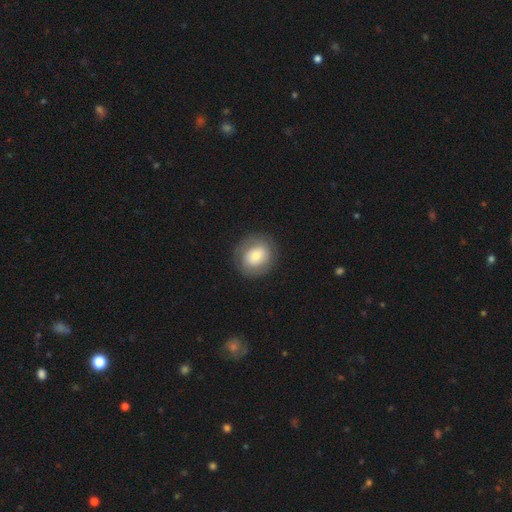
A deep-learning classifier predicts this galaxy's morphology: Q: Smooth or featured?
A: smooth (67%); runner-up: featured or disk (26%)
Q: How rounded?
A: round (77%); runner-up: in between (22%)
Q: Merging?
A: none (84%); runner-up: minor disturbance (10%)